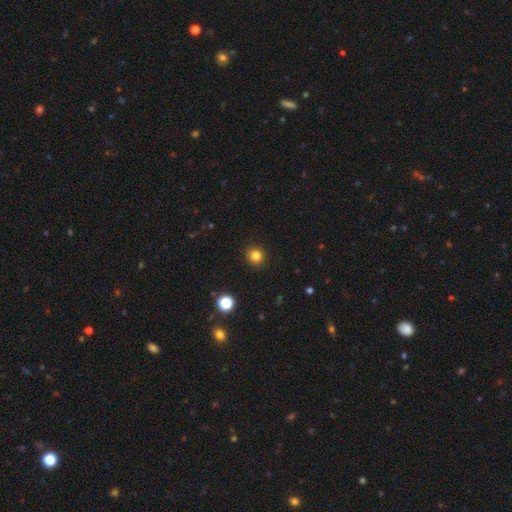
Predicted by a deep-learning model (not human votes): Q: Smooth or featured?
A: smooth (82%); runner-up: star or artifact (13%)
Q: How rounded?
A: round (92%); runner-up: in between (7%)
Q: Merging?
A: none (92%); runner-up: minor disturbance (5%)